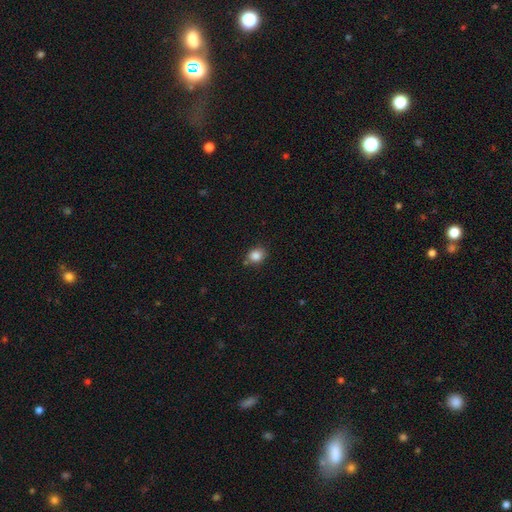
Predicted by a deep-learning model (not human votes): A smooth galaxy with no disk features (85%) that is round (63%).

Vote fractions:
- Smooth or featured? smooth: 85% / star or artifact: 10% / featured or disk: 5%
- How rounded? round: 63% / in between: 36% / cigar-shaped: 1%
- Merging? none: 78% / minor disturbance: 14% / merger: 5% / major disturbance: 3%